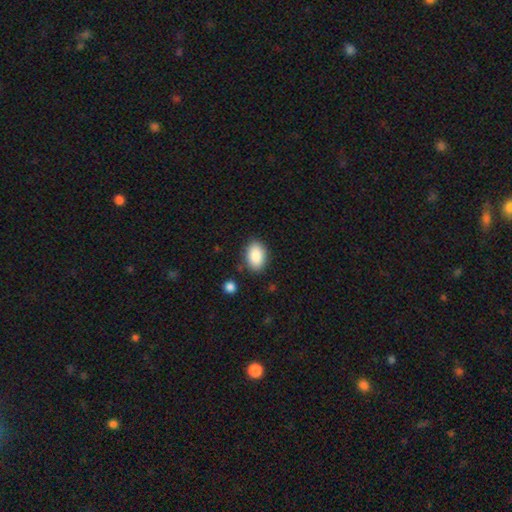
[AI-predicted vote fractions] The model was most divided on "merging": none: 83%, minor disturbance: 11%, major disturbance: 3%, merger: 3%. More confident: how rounded — in between (88%); smooth or featured — smooth (88%).